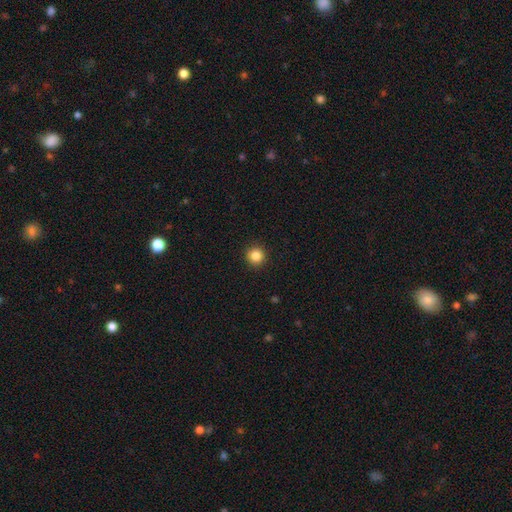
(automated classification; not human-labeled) This appears to be a smooth galaxy with no disk features (84%) that is round (96%). Merging: none (93%).